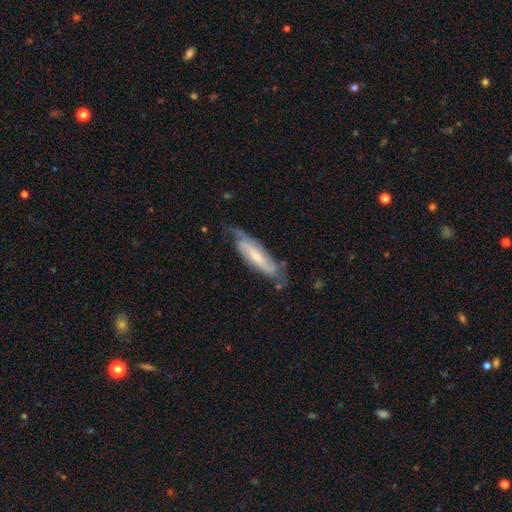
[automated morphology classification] Smooth or featured?
  - featured or disk: 71% *
  - smooth: 23%
  - star or artifact: 6%
Edge-on disk?
  - no: 74% *
  - yes: 26%
Bar?
  - no: 42% *
  - weak: 34%
  - strong: 24%
Spiral arms?
  - yes: 90% *
  - no: 10%
Bulge size?
  - small: 57% *
  - moderate: 29%
  - none: 8%
  - large: 4%
  - dominant: 1%
Merging?
  - none: 66% *
  - minor disturbance: 23%
  - major disturbance: 10%
  - merger: 2%